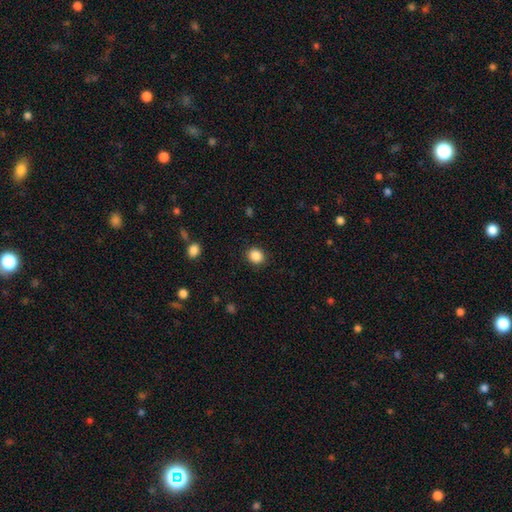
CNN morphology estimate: Smooth or featured: smooth — 87% (star or artifact — 10%)
How rounded: round — 75% (in between — 25%)
Merging: none — 90% (minor disturbance — 7%)